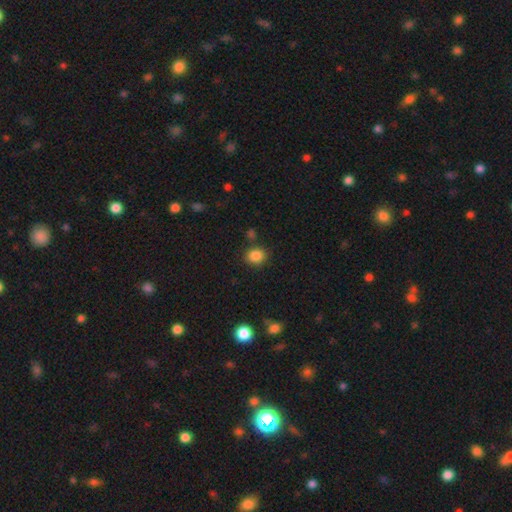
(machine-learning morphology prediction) The model was most divided on "how rounded": round: 65%, in between: 34%, cigar-shaped: 1%. More confident: smooth or featured — smooth (85%); merging — none (82%).